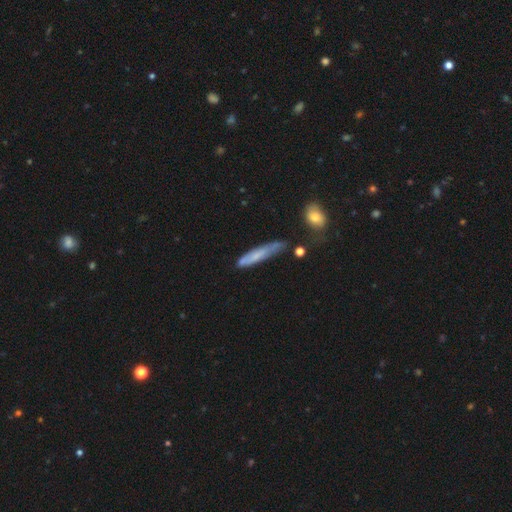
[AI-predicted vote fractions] Smooth or featured?
  - smooth: 60% *
  - featured or disk: 32%
  - star or artifact: 8%
How rounded?
  - cigar-shaped: 88% *
  - in between: 10%
  - round: 2%
Merging?
  - none: 54% *
  - minor disturbance: 29%
  - major disturbance: 10%
  - merger: 7%